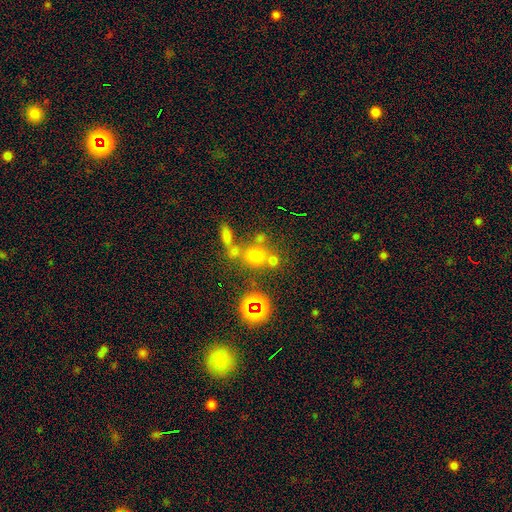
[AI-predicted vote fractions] Q: Smooth or featured?
A: smooth (63%); runner-up: star or artifact (25%)
Q: How rounded?
A: round (78%); runner-up: in between (19%)
Q: Merging?
A: none (56%); runner-up: merger (27%)